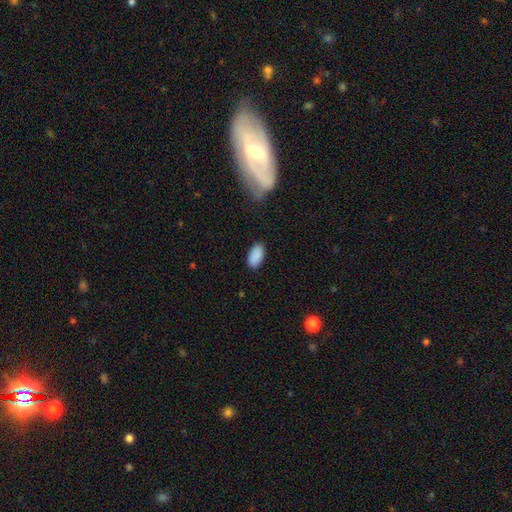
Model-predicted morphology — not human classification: type=smooth (90%); roundness=in between (95%); merging=none (87%).